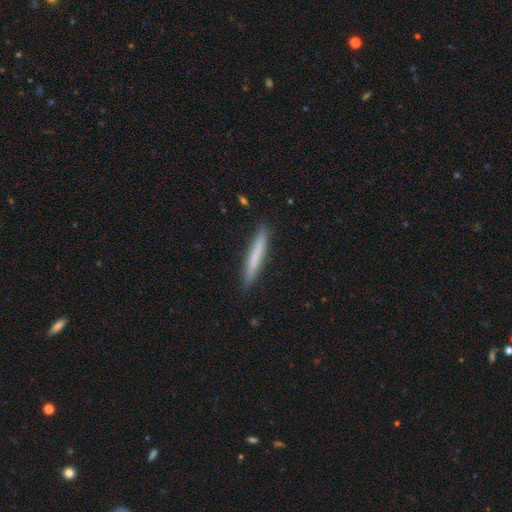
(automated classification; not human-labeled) A smooth galaxy with no disk features (68%) that is cigar-shaped (96%).

Vote fractions:
- Smooth or featured? smooth: 68% / featured or disk: 26% / star or artifact: 6%
- How rounded? cigar-shaped: 96% / in between: 3% / round: 1%
- Merging? none: 90% / minor disturbance: 8% / major disturbance: 1% / merger: 1%